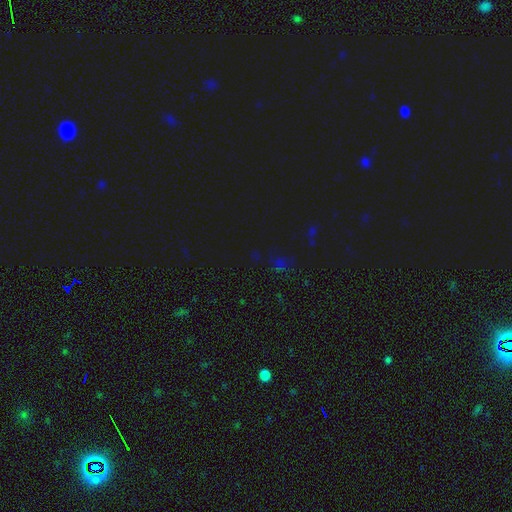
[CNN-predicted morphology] Smooth or featured: star or artifact — 73% (smooth — 20%)